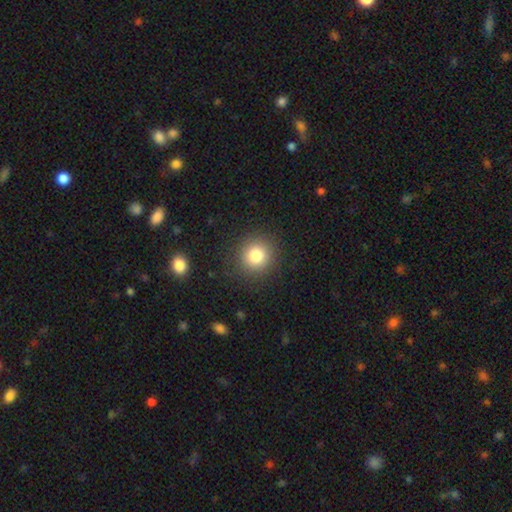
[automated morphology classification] The model was most divided on "smooth or featured": smooth: 81%, star or artifact: 12%, featured or disk: 7%. More confident: how rounded — round (91%); merging — none (89%).